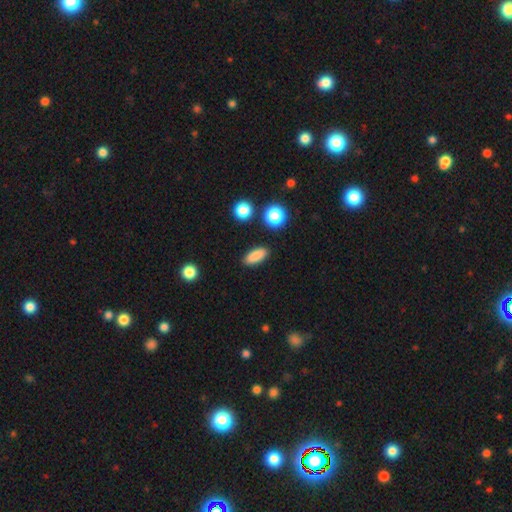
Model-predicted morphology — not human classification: This appears to be a smooth galaxy with no disk features (87%) that is in between round and cigar-shaped (73%). Merging: none (89%).